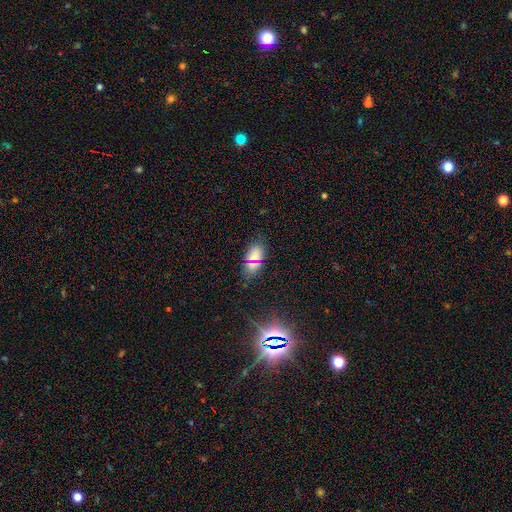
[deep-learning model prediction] This appears to be a smooth galaxy with no disk features (61%) that is in between round and cigar-shaped (88%). Merging: none (75%).